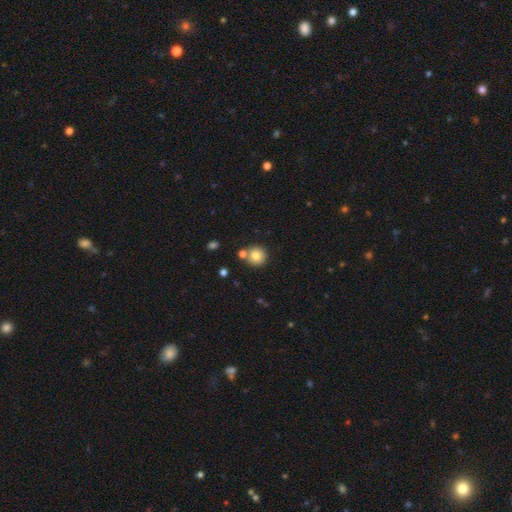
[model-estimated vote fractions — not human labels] This is likely a smooth galaxy (79%). How rounded: clearly round (93%). Merging: likely none (72%).